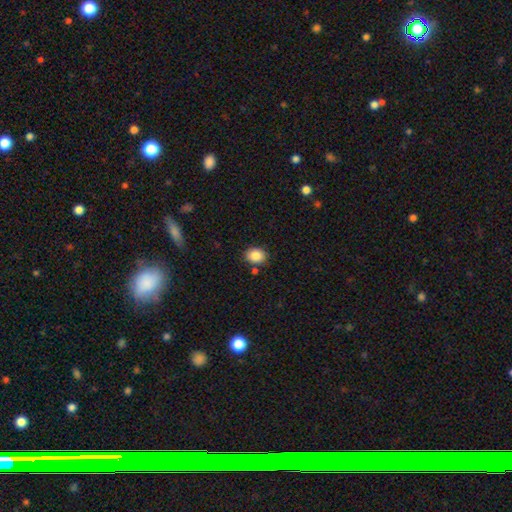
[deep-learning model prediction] Q: Smooth or featured?
A: smooth (86%); runner-up: star or artifact (9%)
Q: How rounded?
A: in between (52%); runner-up: round (47%)
Q: Merging?
A: none (81%); runner-up: minor disturbance (10%)